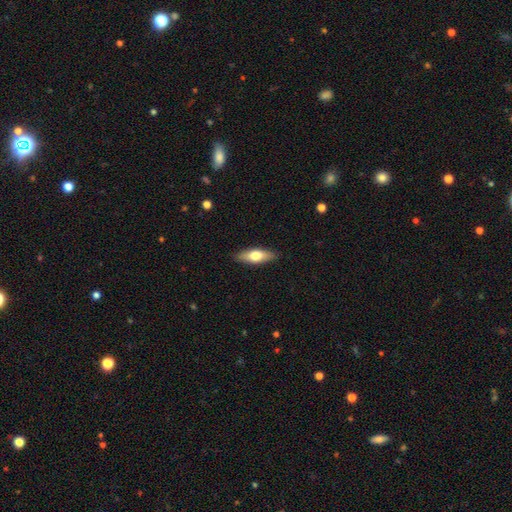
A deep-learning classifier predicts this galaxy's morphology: The model was most divided on "how rounded": in between: 62%, cigar-shaped: 36%, round: 3%. More confident: merging — none (88%); smooth or featured — smooth (64%).